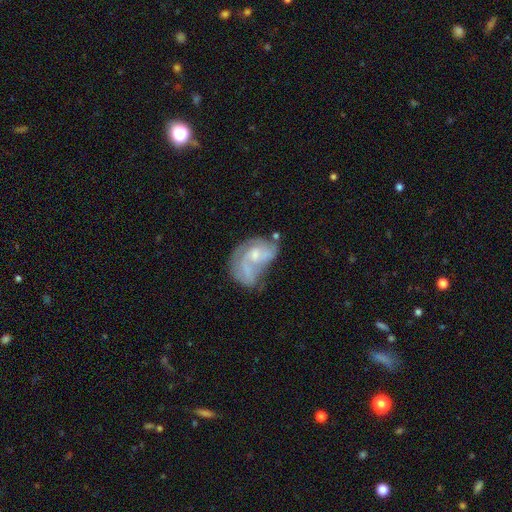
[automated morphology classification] This appears to be a featured or disk galaxy (71%) with no bar (63%), 2 (44%) medium (44%) spiral arms (79%) and a small central bulge (48%). Merging: none (27%).